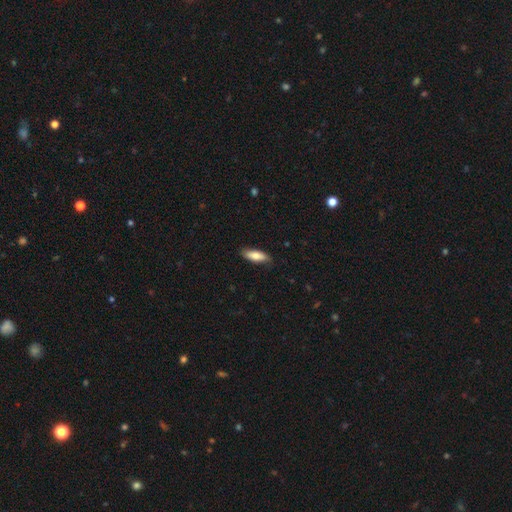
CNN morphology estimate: This appears to be a smooth galaxy with no disk features (81%) that is in between round and cigar-shaped (64%). Merging: none (82%).